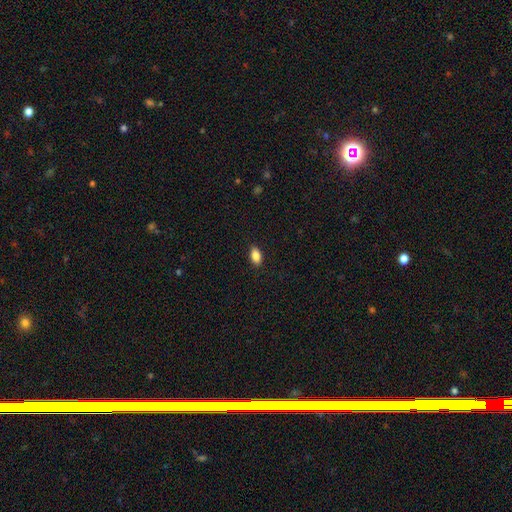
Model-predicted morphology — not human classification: A smooth galaxy with no disk features (86%) that is in between round and cigar-shaped (90%). Merging: none (89%).